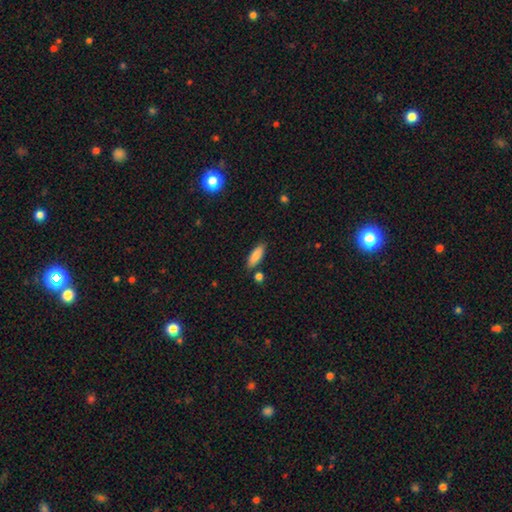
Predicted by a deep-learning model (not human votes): Morphology: type=smooth (84%); roundness=in between (62%); merging=none (81%).